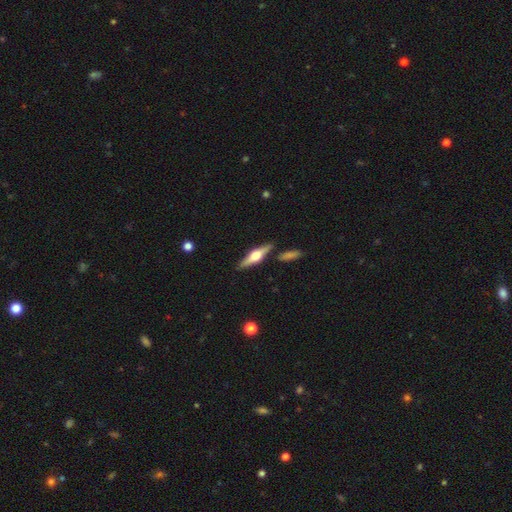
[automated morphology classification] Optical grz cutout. It shows a featured or disk galaxy (69%) viewed edge-on (97%) with a rounded central bulge (93%). Merging: none (84%).